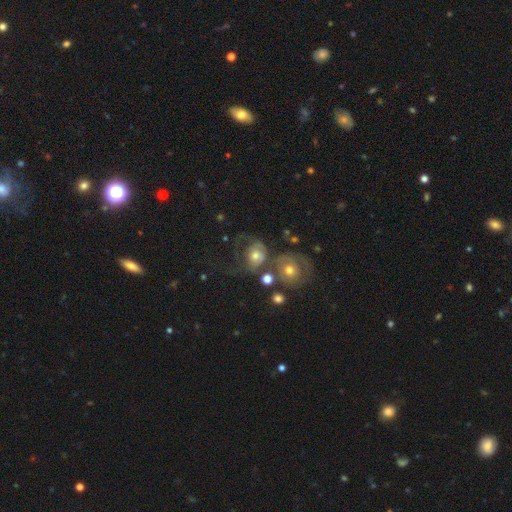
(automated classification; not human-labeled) Overall: smooth (52%; featured or disk 37%). How rounded: round (66%; in between 33%). Merging: major disturbance (36%; none 26%).